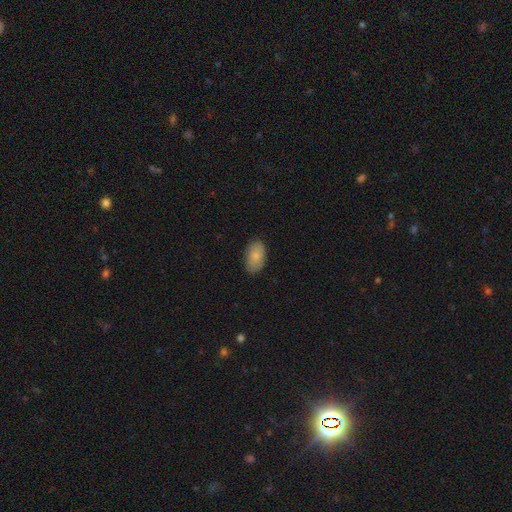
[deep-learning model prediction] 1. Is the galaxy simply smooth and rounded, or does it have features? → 84% smooth, 10% featured or disk, 6% star or artifact.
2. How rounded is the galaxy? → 93% in between, 5% round, 1% cigar-shaped.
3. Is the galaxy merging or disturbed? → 85% none, 12% minor disturbance, 2% major disturbance, 1% merger.